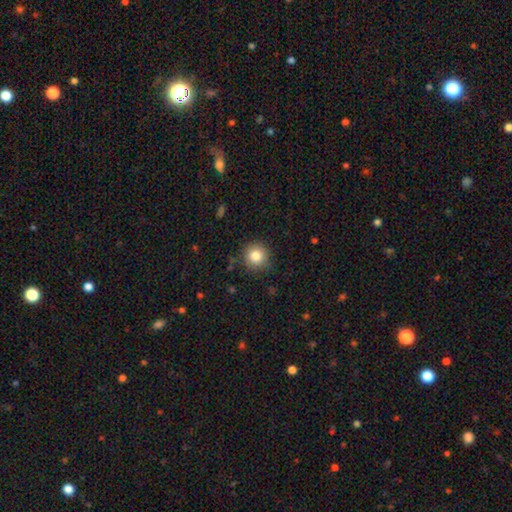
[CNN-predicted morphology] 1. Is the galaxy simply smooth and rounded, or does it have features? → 81% smooth, 11% star or artifact, 8% featured or disk.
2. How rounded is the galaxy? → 94% round, 5% in between, 1% cigar-shaped.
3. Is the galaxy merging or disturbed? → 87% none, 10% minor disturbance, 2% major disturbance, 1% merger.